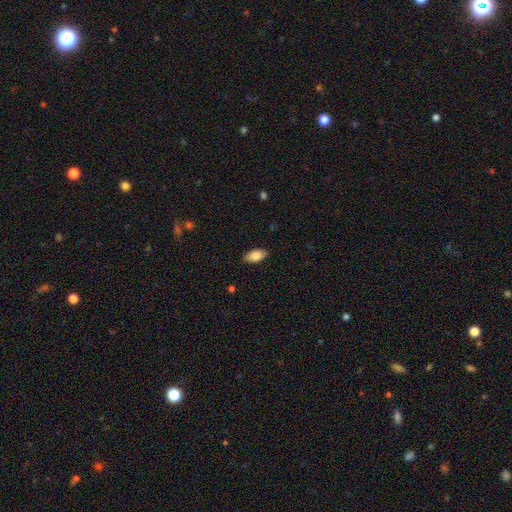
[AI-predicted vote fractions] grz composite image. It shows a smooth galaxy with no disk features (84%) that is in between round and cigar-shaped (92%). Merging: none (87%).